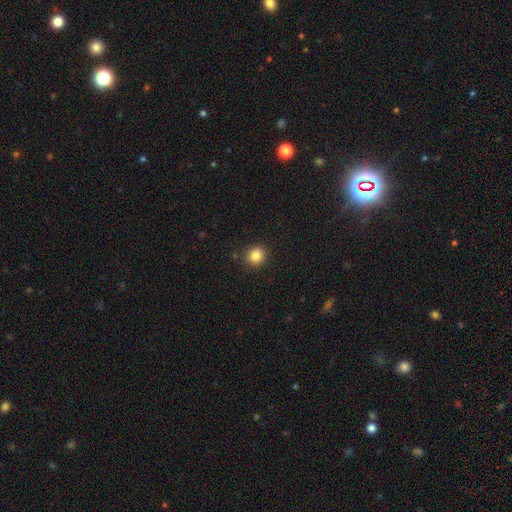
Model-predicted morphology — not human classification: smooth 84%, star or artifact 11%, featured or disk 5%. Down the decision tree: how rounded — round (88%); merging — none (90%).